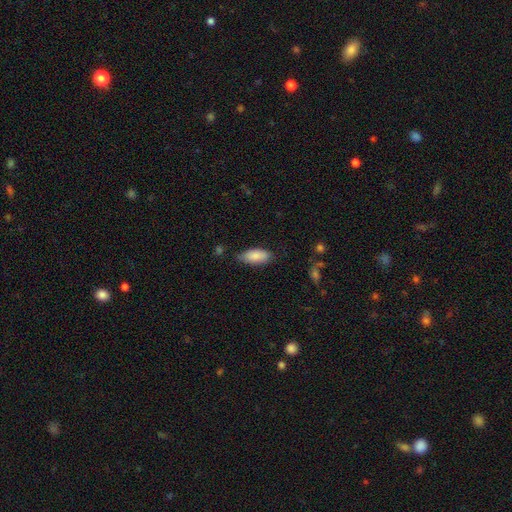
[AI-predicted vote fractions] This appears to be a smooth galaxy with no disk features (86%) that is in between round and cigar-shaped (87%). Merging: none (73%).